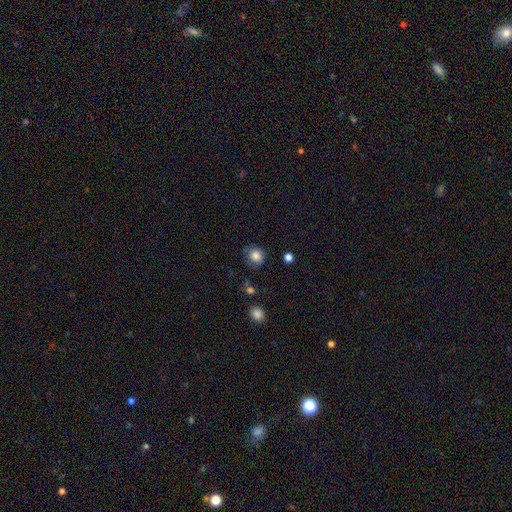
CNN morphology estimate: Smooth or featured?
  - smooth: 84% *
  - star or artifact: 10%
  - featured or disk: 6%
How rounded?
  - round: 77% *
  - in between: 23%
  - cigar-shaped: 1%
Merging?
  - none: 74% *
  - minor disturbance: 19%
  - major disturbance: 5%
  - merger: 2%